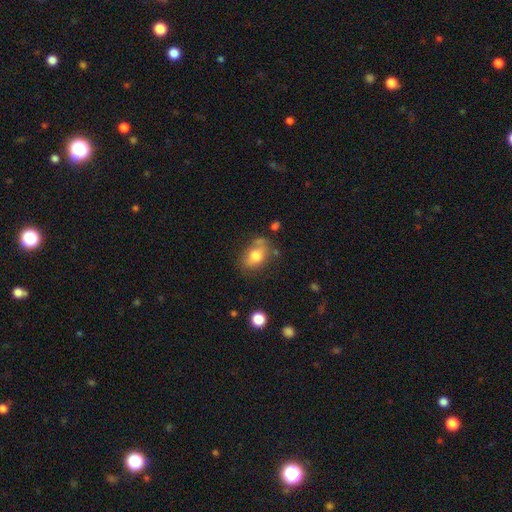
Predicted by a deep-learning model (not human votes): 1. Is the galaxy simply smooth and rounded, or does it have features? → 74% smooth, 17% featured or disk, 9% star or artifact.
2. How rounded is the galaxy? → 75% in between, 24% round, 1% cigar-shaped.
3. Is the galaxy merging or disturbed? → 56% none, 26% minor disturbance, 10% major disturbance, 8% merger.